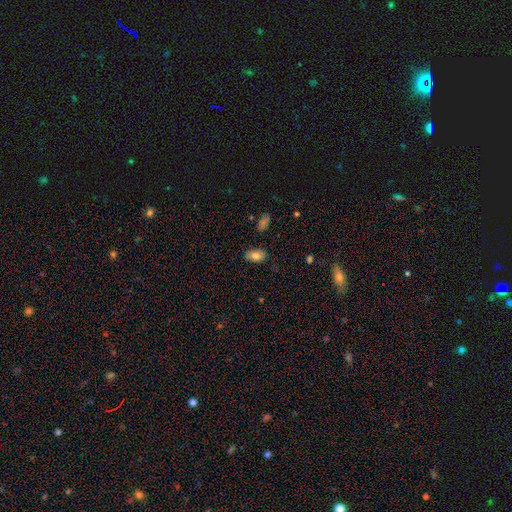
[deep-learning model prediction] smooth 81%, featured or disk 11%, star or artifact 8%. Down the decision tree: how rounded — in between (92%); merging — none (82%).